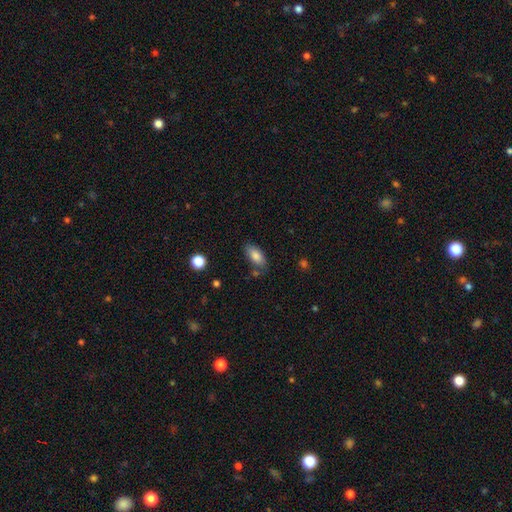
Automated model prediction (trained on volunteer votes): smooth 83%, featured or disk 9%, star or artifact 7%. Down the decision tree: how rounded — in between (88%); merging — none (73%).